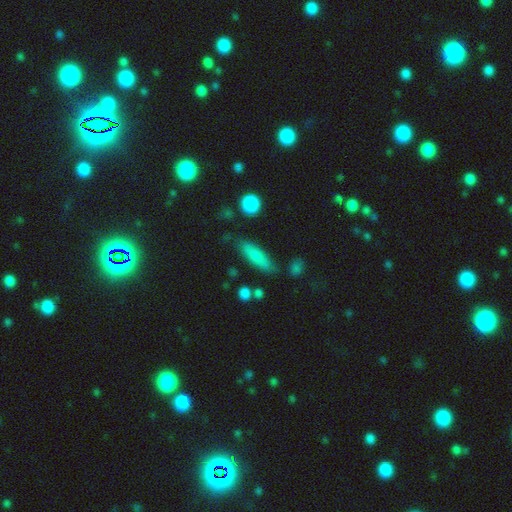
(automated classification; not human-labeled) This appears to be a smooth galaxy with no disk features (75%) that is cigar-shaped (53%). Merging: none (73%).